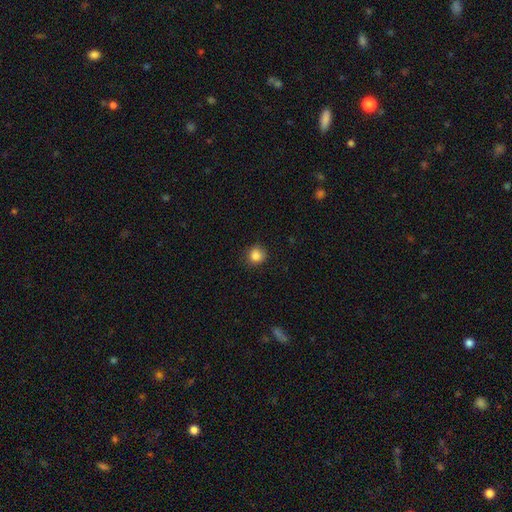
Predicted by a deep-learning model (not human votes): Q: Smooth or featured?
A: smooth (86%); runner-up: star or artifact (11%)
Q: How rounded?
A: round (89%); runner-up: in between (10%)
Q: Merging?
A: none (86%); runner-up: minor disturbance (11%)